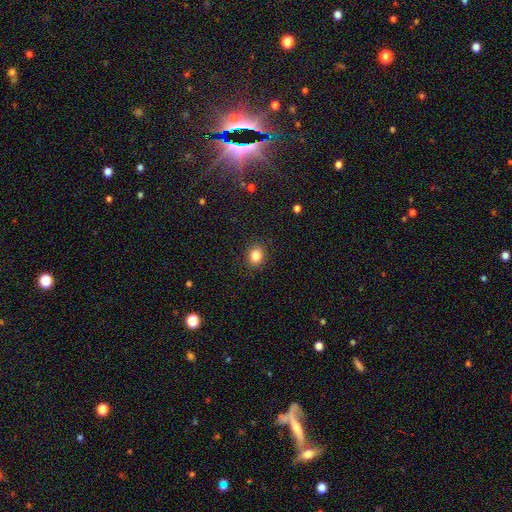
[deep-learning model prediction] The model was most divided on "how rounded": round: 62%, in between: 38%, cigar-shaped: 1%. More confident: merging — none (89%); smooth or featured — smooth (84%).